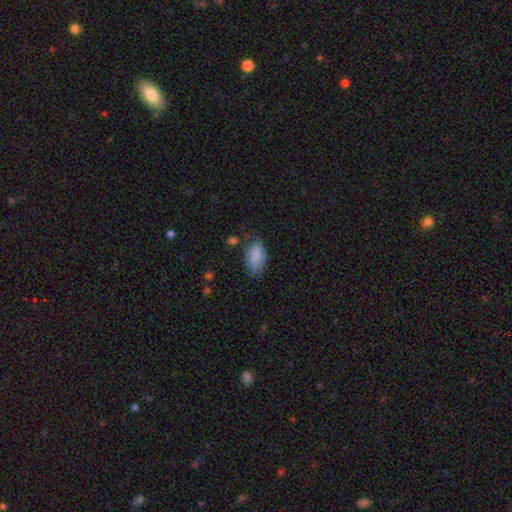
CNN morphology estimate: Smooth or featured? Predicted: smooth (p=0.86). How rounded? Predicted: in between (p=0.94). Merging? Predicted: none (p=0.61).